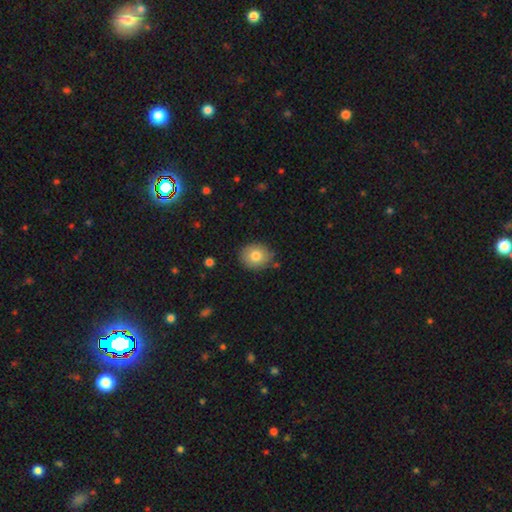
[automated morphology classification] A smooth galaxy with no disk features (79%) that is round (70%). Merging: none (85%).